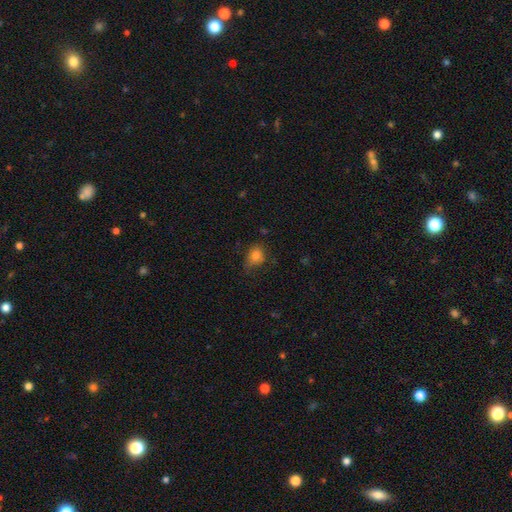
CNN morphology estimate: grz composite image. It shows a smooth galaxy with no disk features (80%) that is in between round and cigar-shaped (53%). Merging: none (60%).